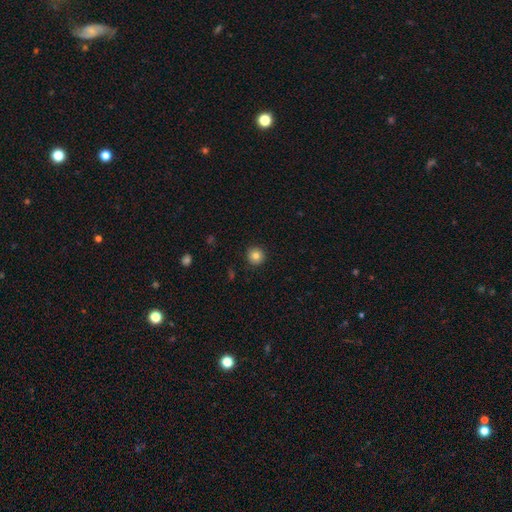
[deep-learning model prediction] Smooth or featured? smooth (82%)
How rounded? round (95%)
Merging? none (92%)